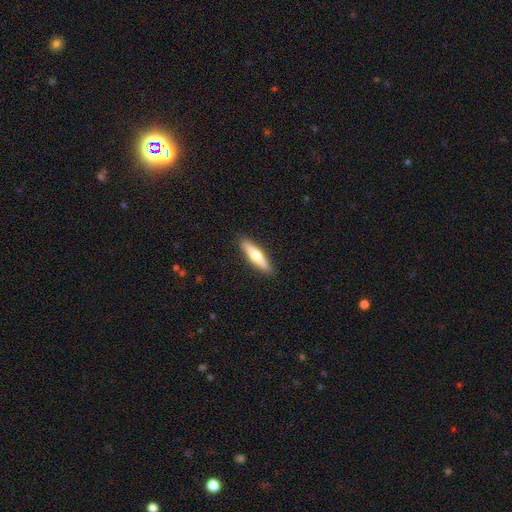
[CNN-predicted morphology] smooth 60%, featured or disk 35%, star or artifact 5%. Down the decision tree: how rounded — cigar-shaped (80%); merging — none (90%).